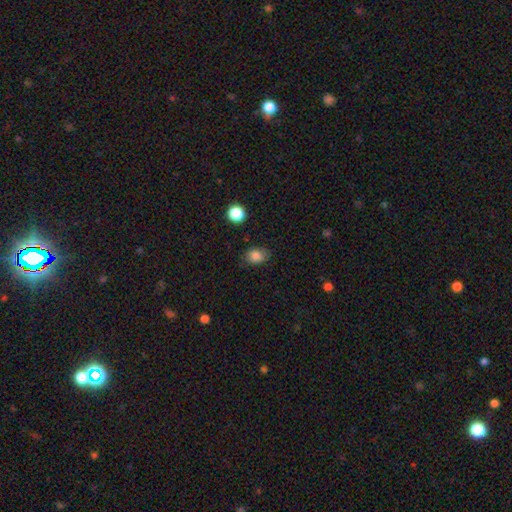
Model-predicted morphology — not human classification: smooth_or_featured: smooth (p=0.83) [alt: star or artifact p=0.10]
how_rounded: in between (p=0.69) [alt: round p=0.30]
merging: none (p=0.76) [alt: minor disturbance p=0.18]